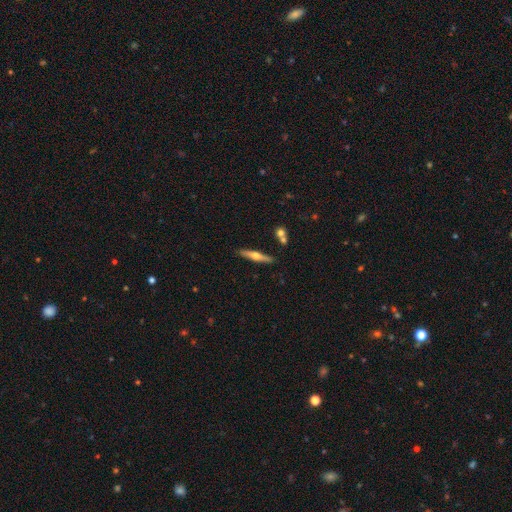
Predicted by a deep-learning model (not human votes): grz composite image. It shows a featured or disk galaxy (59%) viewed edge-on (95%) with a rounded central bulge (93%). Merging: none (86%).